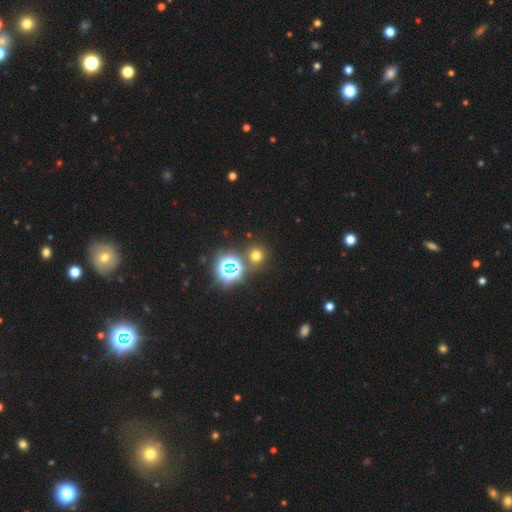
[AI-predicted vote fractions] smooth_or_featured: smooth (p=0.61) [alt: star or artifact p=0.32]
how_rounded: round (p=0.91) [alt: in between p=0.08]
merging: none (p=0.81) [alt: merger p=0.09]